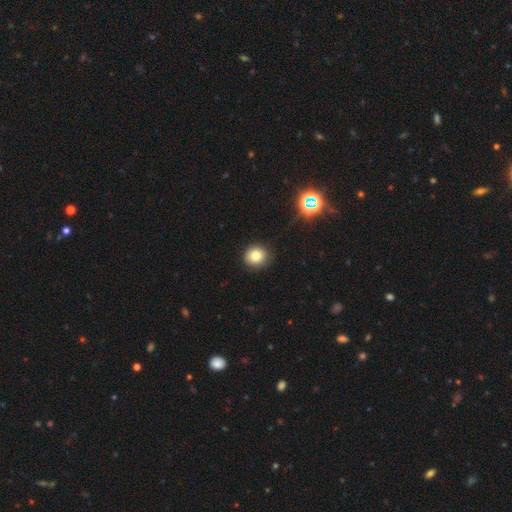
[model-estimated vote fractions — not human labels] Overall: smooth (79%). How rounded: round (90%). Merging: none (90%).